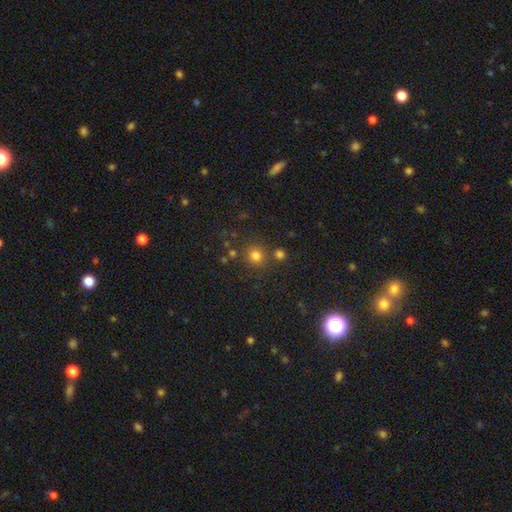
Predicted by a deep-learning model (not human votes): smooth-or-featured: smooth: 77% | star or artifact: 17% | featured or disk: 6%
  how-rounded: round: 91% | in between: 8% | cigar-shaped: 1%
  merging: none: 76% | merger: 12% | minor disturbance: 8% | major disturbance: 4%